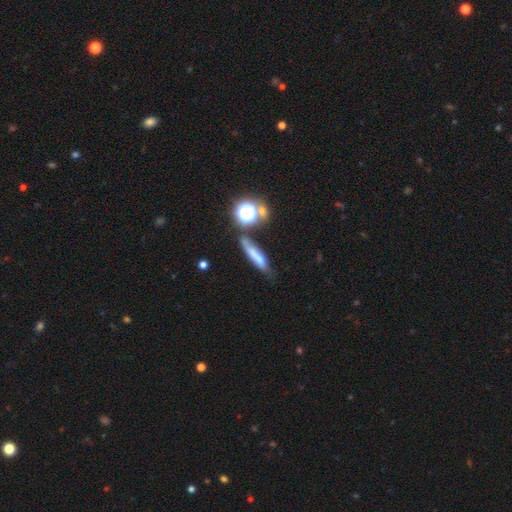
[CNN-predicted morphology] Q: Smooth or featured?
A: smooth (59%); runner-up: featured or disk (23%)
Q: How rounded?
A: cigar-shaped (69%); runner-up: in between (19%)
Q: Merging?
A: none (53%); runner-up: minor disturbance (22%)